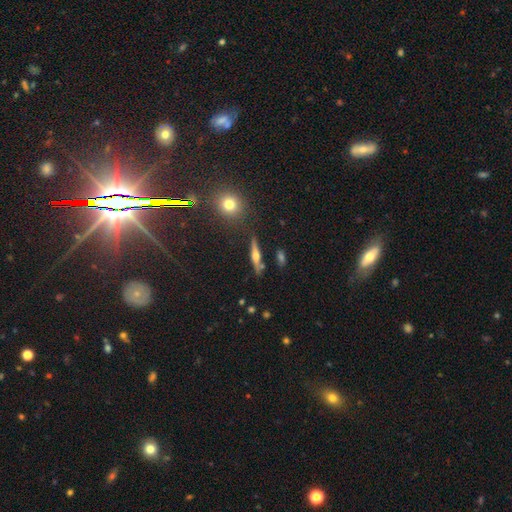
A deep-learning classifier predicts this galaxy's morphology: Smooth or featured?
  - featured or disk: 62% *
  - smooth: 29%
  - star or artifact: 9%
Edge-on disk?
  - yes: 94% *
  - no: 6%
Edge-on bulge?
  - rounded: 89% *
  - boxy: 6%
  - none: 5%
Merging?
  - none: 78% *
  - minor disturbance: 12%
  - merger: 7%
  - major disturbance: 4%